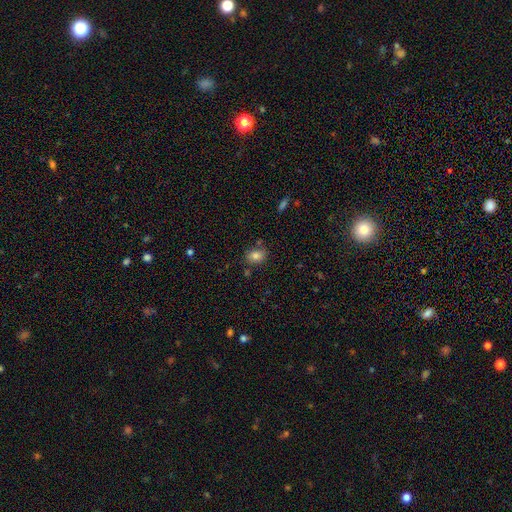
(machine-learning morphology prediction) Smooth or featured?
  - smooth: 82% *
  - star or artifact: 11%
  - featured or disk: 8%
How rounded?
  - in between: 61% *
  - round: 37%
  - cigar-shaped: 1%
Merging?
  - none: 77% *
  - minor disturbance: 13%
  - merger: 7%
  - major disturbance: 3%